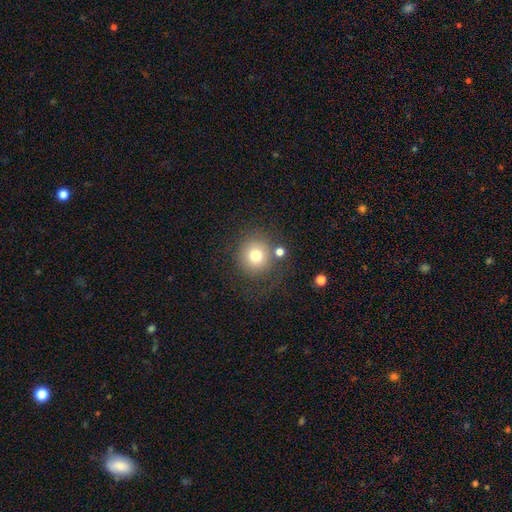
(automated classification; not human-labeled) The model was most divided on "merging": none: 72%, minor disturbance: 12%, merger: 9%, major disturbance: 8%. More confident: how rounded — round (91%); smooth or featured — smooth (75%).